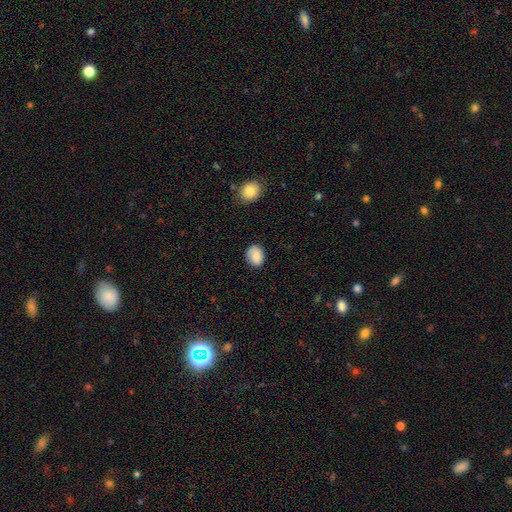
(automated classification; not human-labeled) This is clearly a smooth galaxy (83%). How rounded: possibly round (55%). Merging: likely none (78%).